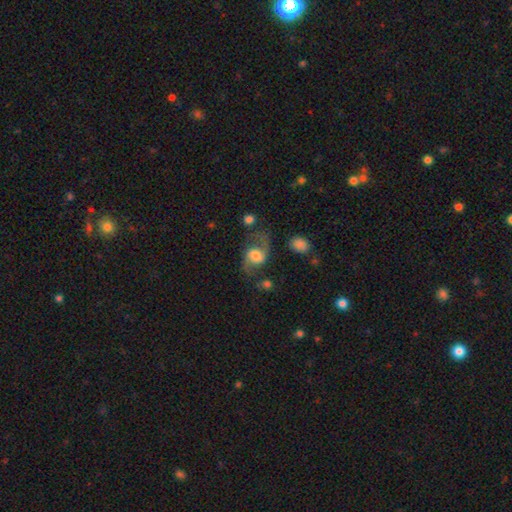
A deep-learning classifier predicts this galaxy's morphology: Smooth or featured? featured or disk (67%)
Edge-on disk? no (97%)
Bar? no (57%)
Spiral arms? yes (91%)
Spiral winding? loose (65%)
Spiral arm count? 2 (91%)
Bulge size? moderate (38%)
Merging? none (56%)